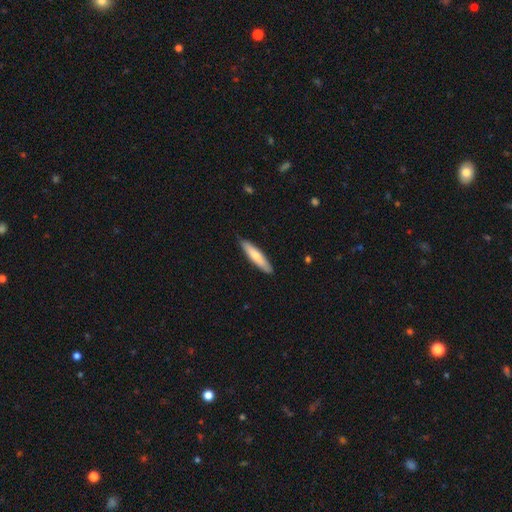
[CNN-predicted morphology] Overall: smooth (68%). How rounded: cigar-shaped (83%). Merging: none (88%).